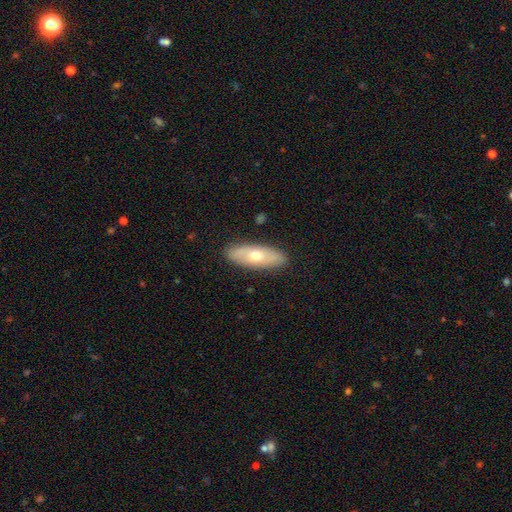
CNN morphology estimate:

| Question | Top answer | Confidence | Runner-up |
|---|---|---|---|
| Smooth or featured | smooth | 55% | featured or disk (39%) |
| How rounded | in between | 67% | cigar-shaped (30%) |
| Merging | none | 89% | minor disturbance (8%) |